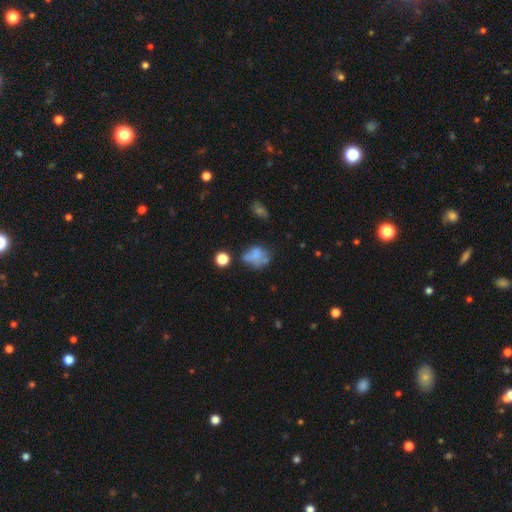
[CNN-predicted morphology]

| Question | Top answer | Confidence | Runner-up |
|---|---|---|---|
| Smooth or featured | smooth | 60% | featured or disk (26%) |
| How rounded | in between | 52% | round (46%) |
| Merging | none | 40% | minor disturbance (27%) |